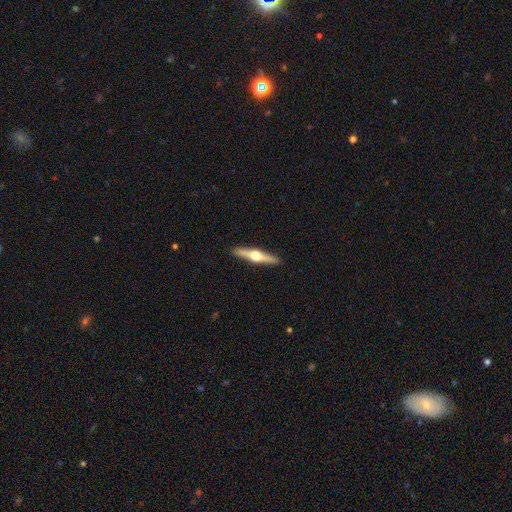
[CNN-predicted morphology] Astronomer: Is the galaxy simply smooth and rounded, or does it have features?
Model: featured or disk — 73%.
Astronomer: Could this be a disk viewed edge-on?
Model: yes — 98%.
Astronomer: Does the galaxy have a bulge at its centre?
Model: rounded — 96%.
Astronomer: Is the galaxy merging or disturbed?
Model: none — 92%.